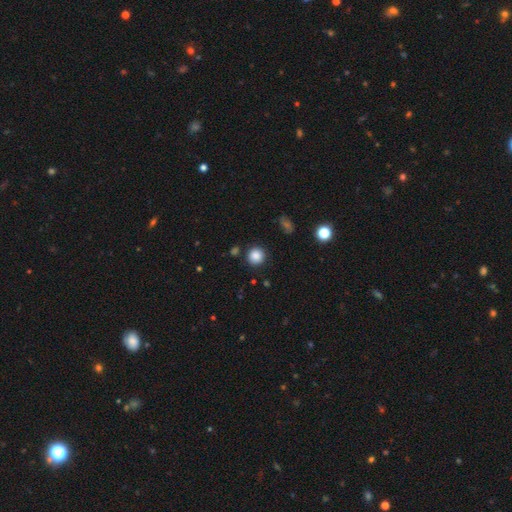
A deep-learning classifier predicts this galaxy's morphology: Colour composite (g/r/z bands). It shows a smooth galaxy with no disk features (86%) that is round (93%). Merging: none (88%).